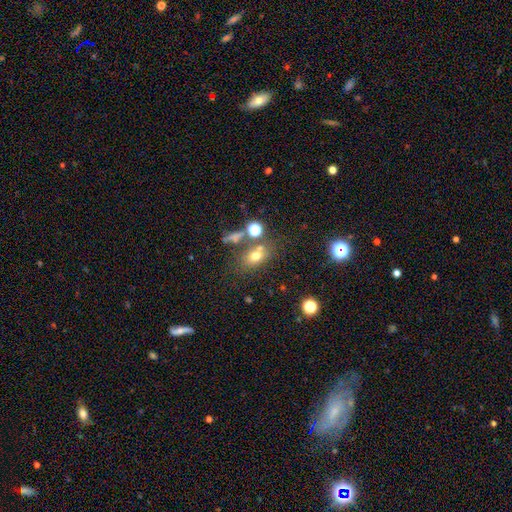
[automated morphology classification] Smooth or featured?
  - smooth: 64% *
  - star or artifact: 20%
  - featured or disk: 16%
How rounded?
  - in between: 66% *
  - round: 30%
  - cigar-shaped: 4%
Merging?
  - none: 58% *
  - merger: 21%
  - minor disturbance: 14%
  - major disturbance: 8%